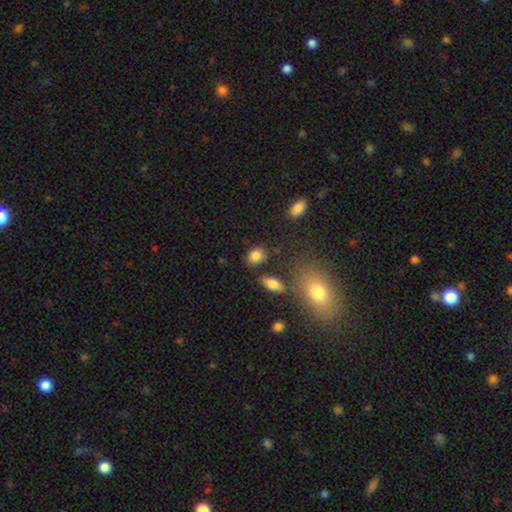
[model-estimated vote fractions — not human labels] A smooth galaxy with no disk features (84%) that is in between round and cigar-shaped (62%). Merging: none (74%).